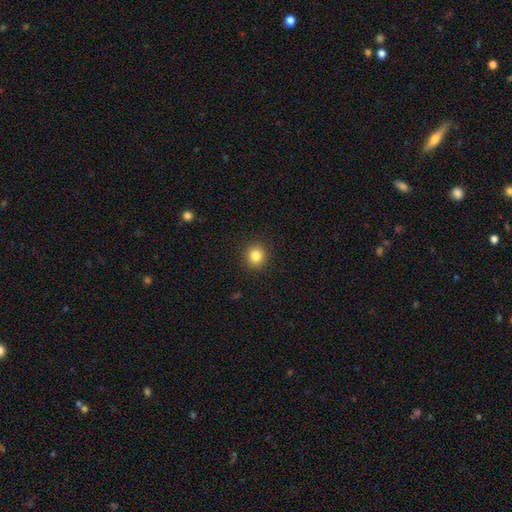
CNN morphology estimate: Smooth or featured? smooth (84%)
How rounded? round (88%)
Merging? none (92%)